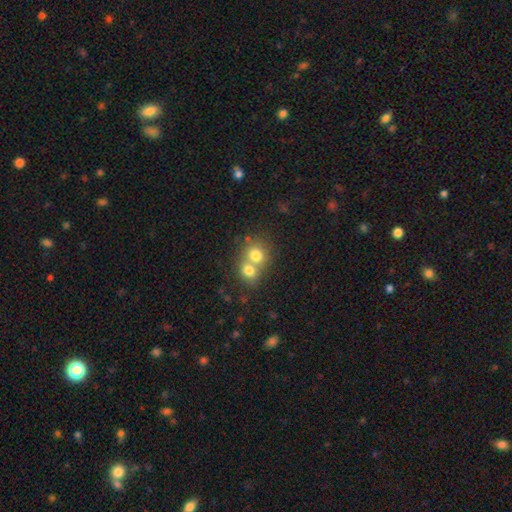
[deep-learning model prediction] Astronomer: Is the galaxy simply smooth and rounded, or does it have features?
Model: smooth — 74%.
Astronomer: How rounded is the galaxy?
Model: round — 75%.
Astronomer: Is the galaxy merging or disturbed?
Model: merger — 63%.